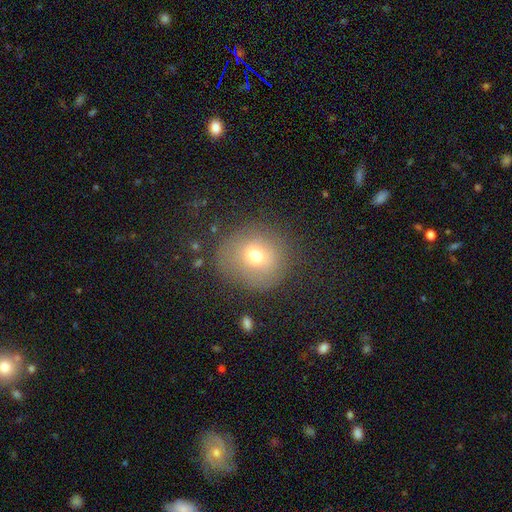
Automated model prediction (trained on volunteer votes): smooth-or-featured: smooth: 69% | featured or disk: 17% | star or artifact: 14%
  how-rounded: round: 87% | in between: 12% | cigar-shaped: 1%
  merging: none: 75% | minor disturbance: 15% | major disturbance: 8% | merger: 2%